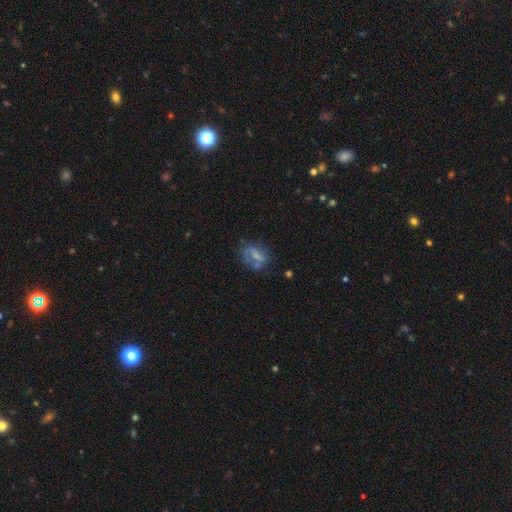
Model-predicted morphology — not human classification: Smooth or featured: featured or disk — 54% (smooth — 36%)
Edge-on disk: no — 95% (yes — 5%)
Bar: weak — 39% (no — 36%)
Spiral arms: yes — 53% (no — 47%)
Bulge size: small — 37% (none — 32%)
Merging: none — 47% (minor disturbance — 24%)